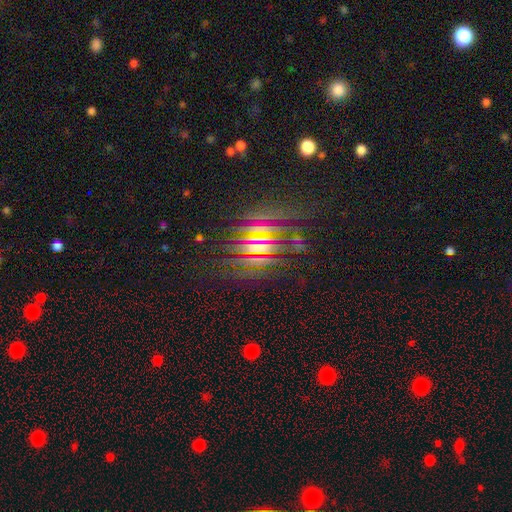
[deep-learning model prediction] Q: Smooth or featured?
A: star or artifact (65%); runner-up: featured or disk (19%)